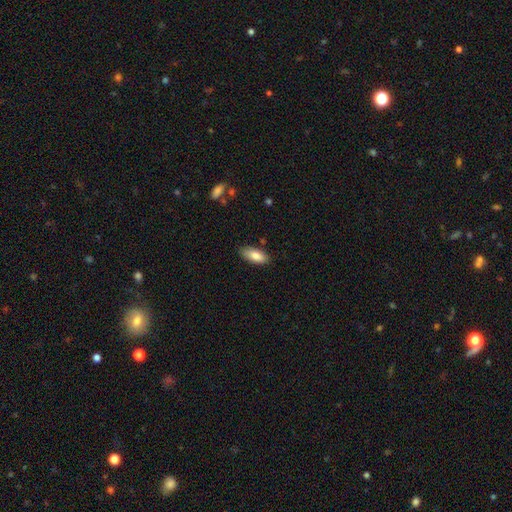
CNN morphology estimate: Overall: smooth (84%). How rounded: in between (85%). Merging: none (82%).